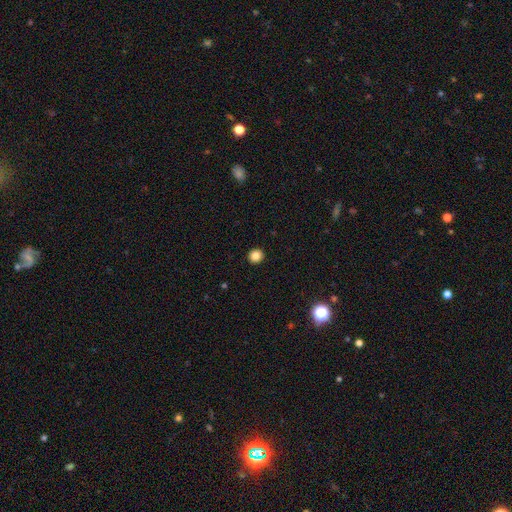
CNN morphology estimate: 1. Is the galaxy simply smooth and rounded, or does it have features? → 84% smooth, 11% star or artifact, 5% featured or disk.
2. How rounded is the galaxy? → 90% round, 9% in between, 1% cigar-shaped.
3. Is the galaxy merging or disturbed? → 93% none, 5% minor disturbance, 1% major disturbance, 1% merger.